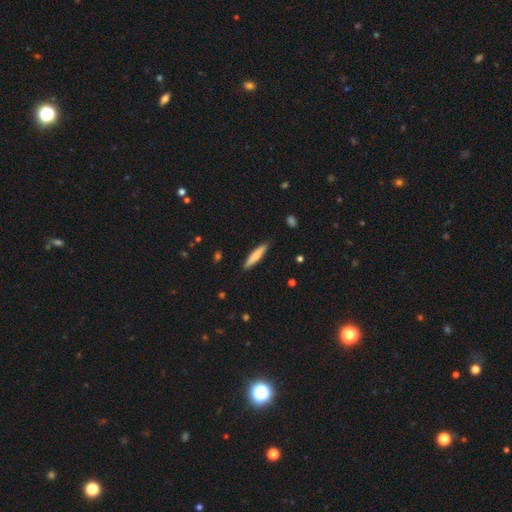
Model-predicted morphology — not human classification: A smooth galaxy with no disk features (72%) that is cigar-shaped (87%).

Vote fractions:
- Smooth or featured? smooth: 72% / featured or disk: 22% / star or artifact: 6%
- How rounded? cigar-shaped: 87% / in between: 11% / round: 1%
- Merging? none: 89% / minor disturbance: 9% / major disturbance: 2% / merger: 1%